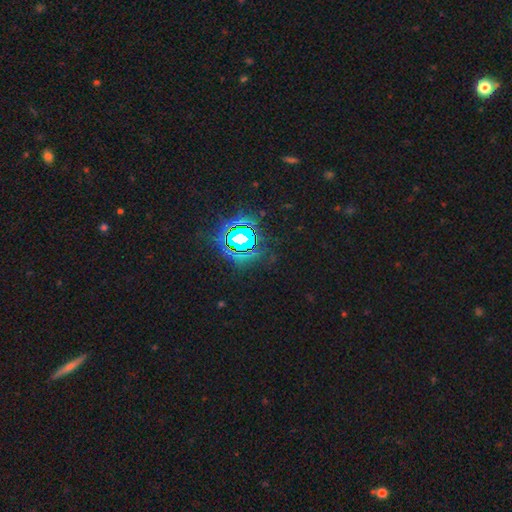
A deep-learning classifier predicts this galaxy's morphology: Smooth or featured? Predicted: star or artifact (p=0.82).